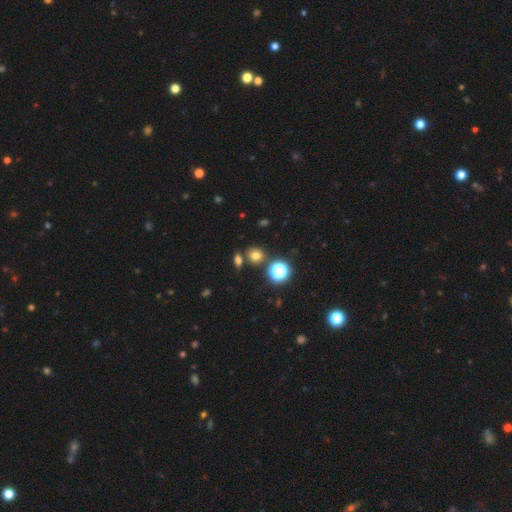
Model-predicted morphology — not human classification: type=smooth (70%); roundness=round (79%); merging=none (76%).